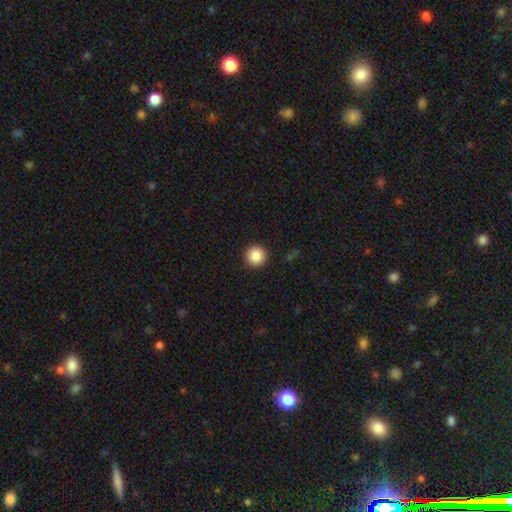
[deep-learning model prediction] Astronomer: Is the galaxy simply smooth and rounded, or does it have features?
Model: smooth — 87%.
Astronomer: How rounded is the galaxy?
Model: round — 96%.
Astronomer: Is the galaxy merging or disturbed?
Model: none — 93%.